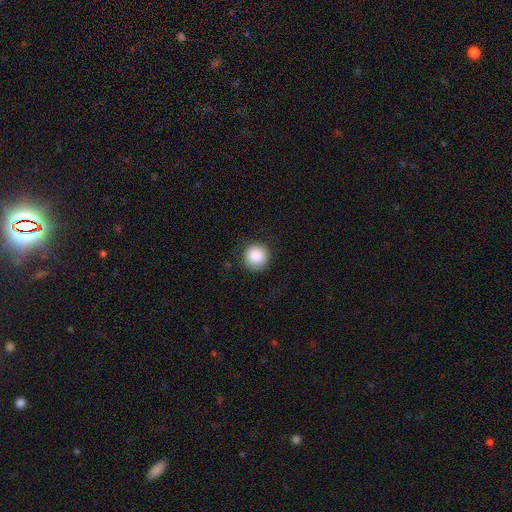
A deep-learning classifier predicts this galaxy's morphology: This appears to be a smooth galaxy with no disk features (88%) that is round (95%). Merging: none (87%).